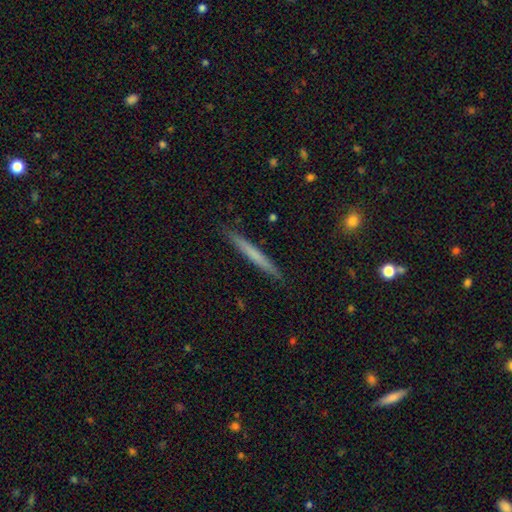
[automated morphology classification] The model was most divided on "smooth or featured": smooth: 63%, featured or disk: 32%, star or artifact: 5%. More confident: how rounded — cigar-shaped (97%); merging — none (91%).